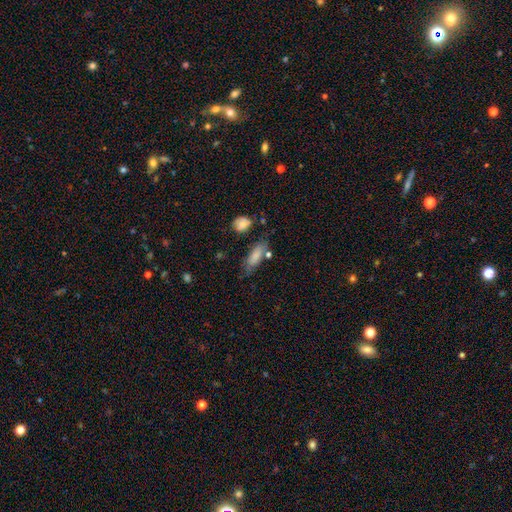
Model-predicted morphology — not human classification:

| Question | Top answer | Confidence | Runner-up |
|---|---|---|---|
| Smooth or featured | smooth | 79% | featured or disk (14%) |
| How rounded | in between | 64% | cigar-shaped (33%) |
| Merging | none | 64% | minor disturbance (22%) |